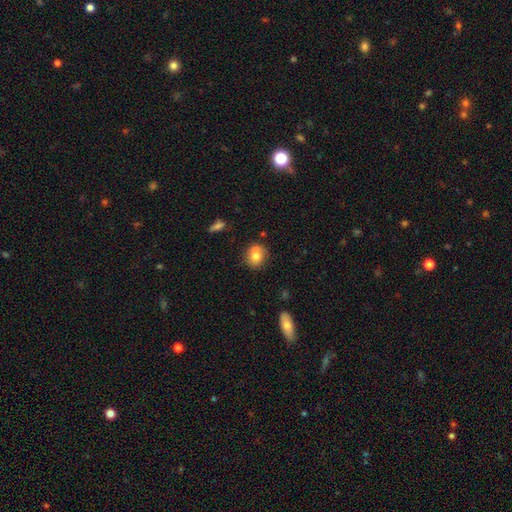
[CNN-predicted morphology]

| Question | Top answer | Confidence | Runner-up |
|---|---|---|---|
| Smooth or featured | smooth | 75% | featured or disk (15%) |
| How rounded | round | 78% | in between (21%) |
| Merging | none | 74% | minor disturbance (17%) |